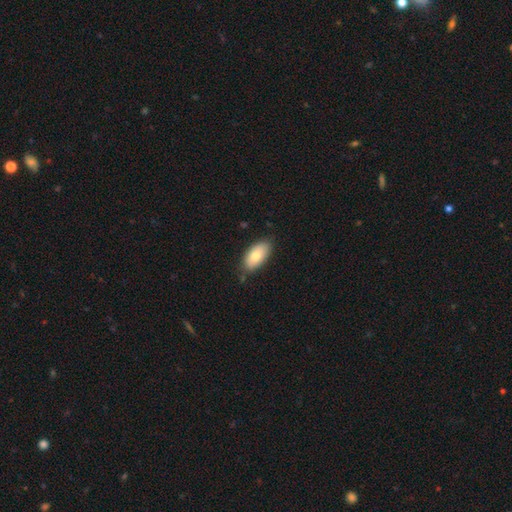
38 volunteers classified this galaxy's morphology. Smooth or featured? smooth (71%)
How rounded? in between (81%)
Merging? none (86%)